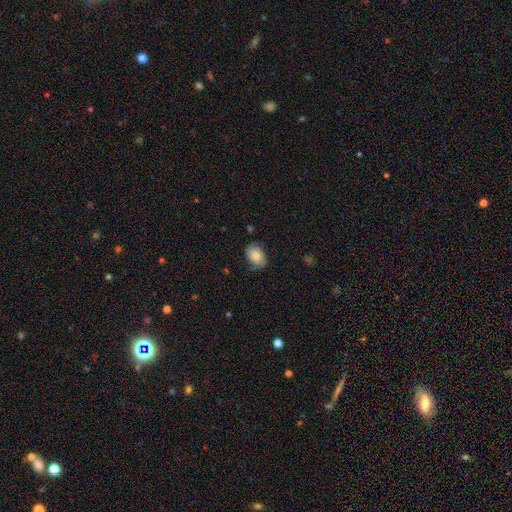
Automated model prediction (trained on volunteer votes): Overall: smooth (56%; featured or disk 36%). How rounded: in between (79%). Merging: none (74%).